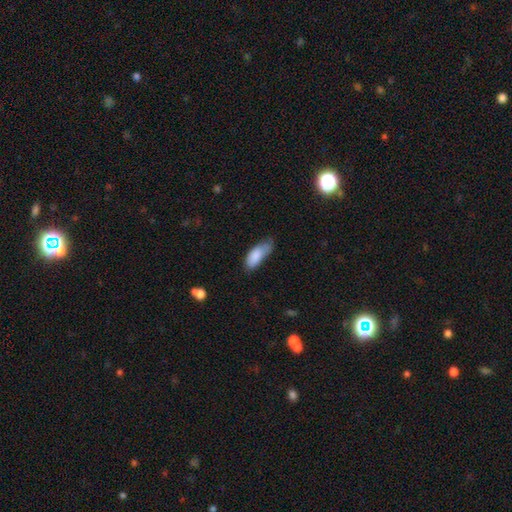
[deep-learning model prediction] Overall: smooth (84%). How rounded: in between (80%). Merging: minor disturbance (42%; none 40%).